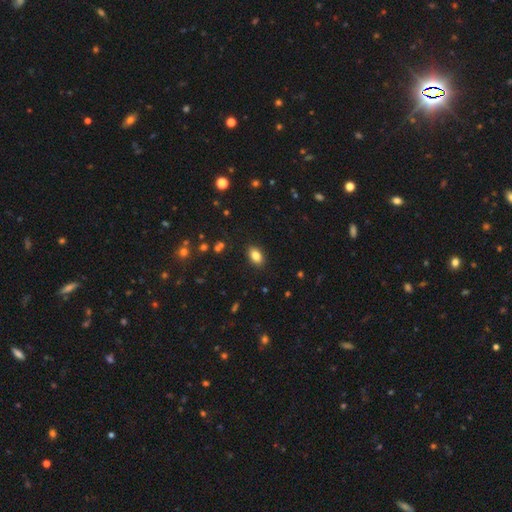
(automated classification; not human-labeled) smooth-or-featured: smooth: 84% | star or artifact: 10% | featured or disk: 7%
  how-rounded: in between: 88% | round: 10% | cigar-shaped: 2%
  merging: none: 88% | minor disturbance: 9% | major disturbance: 2% | merger: 1%